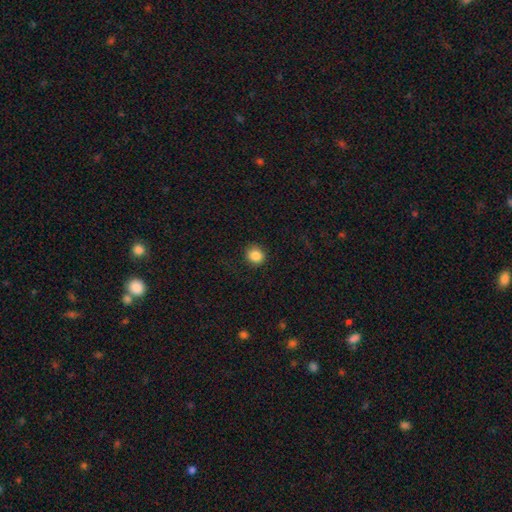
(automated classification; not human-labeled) smooth_or_featured: smooth (p=0.87) [alt: star or artifact p=0.10]
how_rounded: round (p=0.83) [alt: in between p=0.16]
merging: none (p=0.88) [alt: minor disturbance p=0.08]